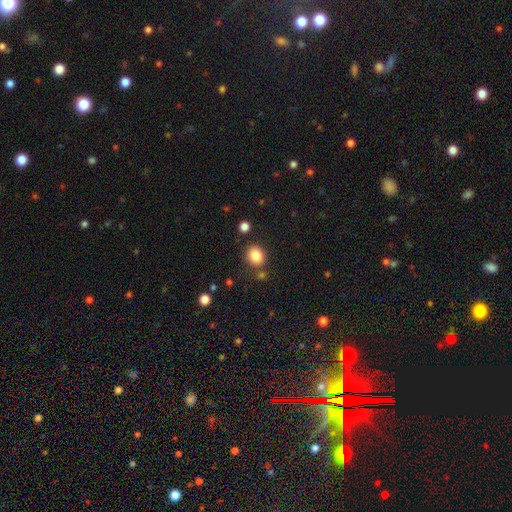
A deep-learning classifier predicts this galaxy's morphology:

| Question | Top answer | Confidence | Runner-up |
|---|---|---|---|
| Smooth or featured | smooth | 84% | star or artifact (10%) |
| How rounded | round | 73% | in between (26%) |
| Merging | none | 80% | minor disturbance (10%) |